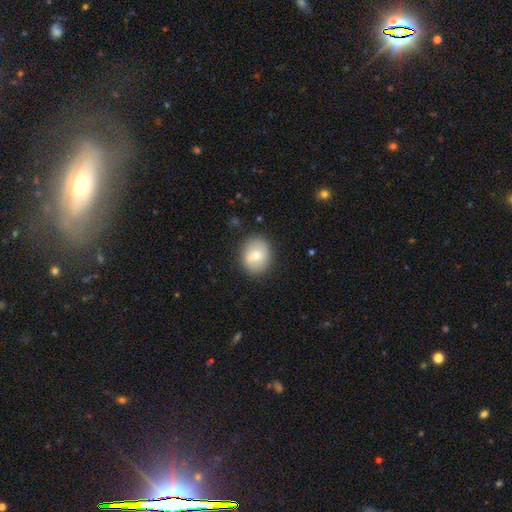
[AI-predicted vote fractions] smooth 68%, featured or disk 24%, star or artifact 8%. Down the decision tree: how rounded — round (68%); merging — none (81%).